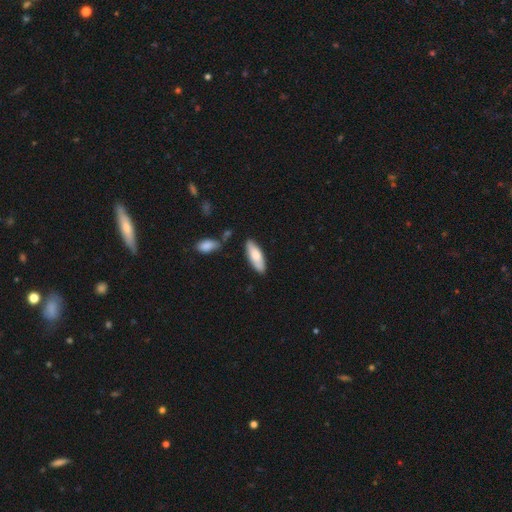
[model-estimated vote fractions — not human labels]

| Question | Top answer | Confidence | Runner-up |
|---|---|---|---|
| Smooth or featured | smooth | 77% | featured or disk (18%) |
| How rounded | in between | 62% | cigar-shaped (36%) |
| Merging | none | 81% | minor disturbance (13%) |